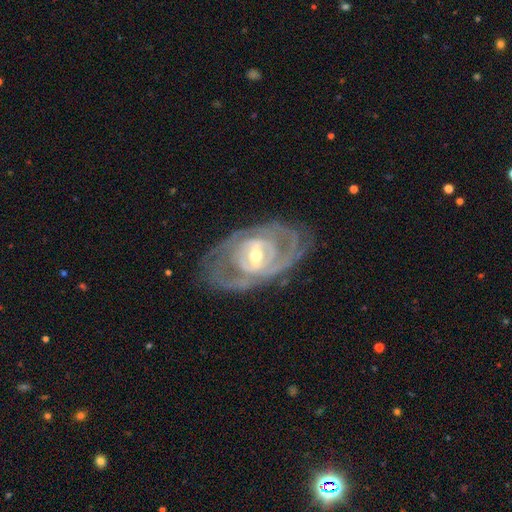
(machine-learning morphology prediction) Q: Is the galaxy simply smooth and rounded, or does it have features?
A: featured or disk — 88%.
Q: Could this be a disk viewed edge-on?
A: no — 94%.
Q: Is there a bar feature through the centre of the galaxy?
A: weak — 43%.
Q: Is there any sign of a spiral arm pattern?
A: yes — 89%.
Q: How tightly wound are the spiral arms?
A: tight — 62%.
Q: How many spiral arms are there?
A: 2 — 41%.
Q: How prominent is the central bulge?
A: moderate — 53%.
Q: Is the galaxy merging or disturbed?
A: none — 72%.